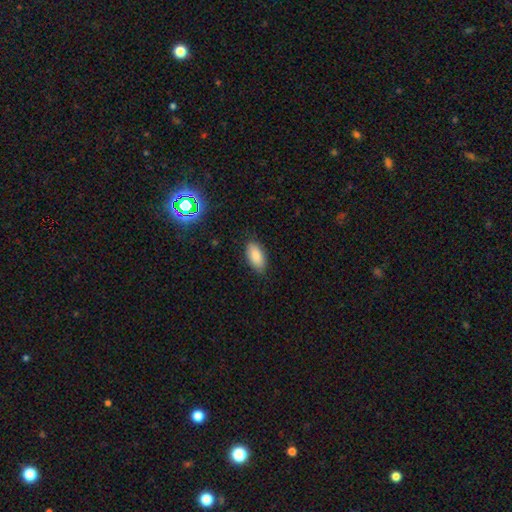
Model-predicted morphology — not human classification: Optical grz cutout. It shows a smooth galaxy with no disk features (86%) that is in between round and cigar-shaped (92%). Merging: none (84%).